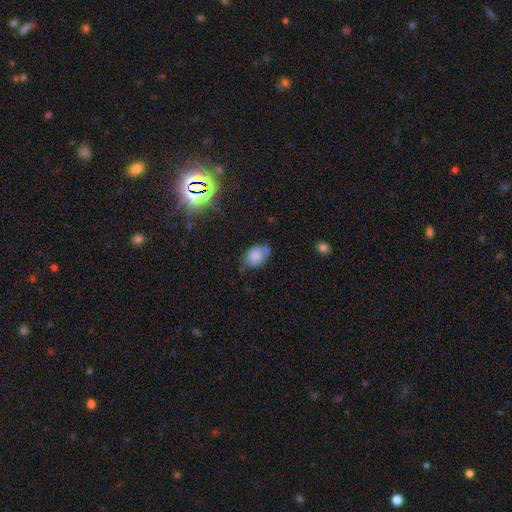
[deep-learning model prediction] Overall: smooth (77%). How rounded: in between (66%; round 33%). Merging: none (53%; minor disturbance 28%).